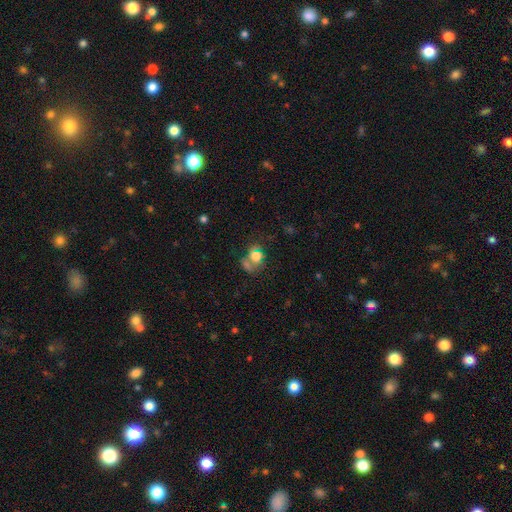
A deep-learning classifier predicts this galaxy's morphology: smooth 60%, featured or disk 25%, star or artifact 15%. Down the decision tree: how rounded — in between (52%); merging — merger (36%).